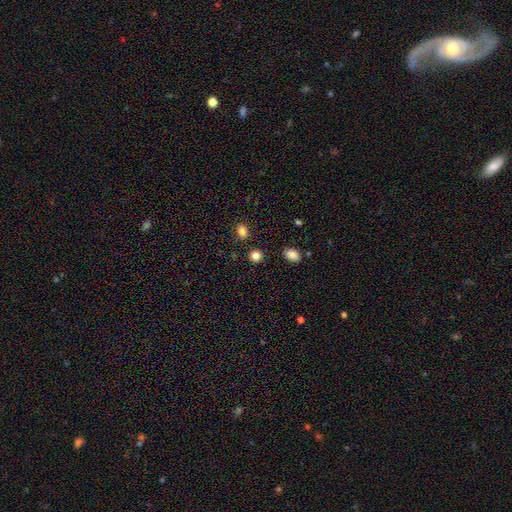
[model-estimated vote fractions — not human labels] Smooth or featured? Predicted: smooth (p=0.84). How rounded? Predicted: round (p=0.84). Merging? Predicted: none (p=0.87).